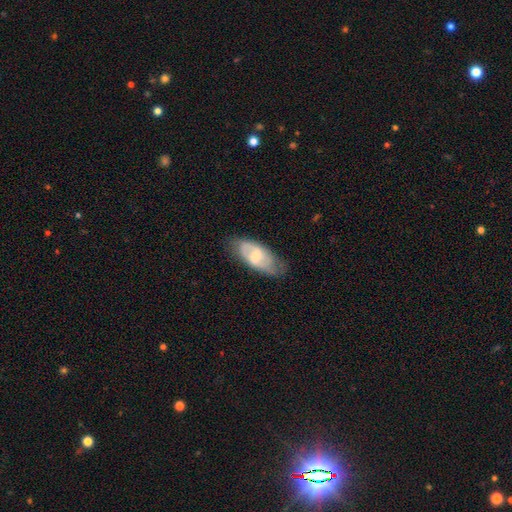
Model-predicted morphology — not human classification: A featured or disk galaxy (51%). Merging: none (65%).